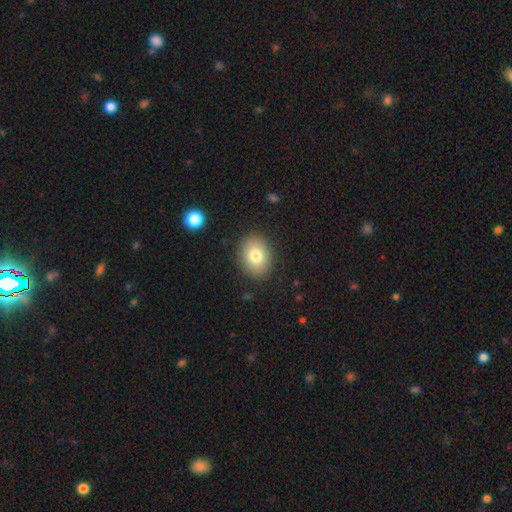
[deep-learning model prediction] A smooth galaxy with no disk features (79%) that is in between round and cigar-shaped (58%). Merging: none (88%).